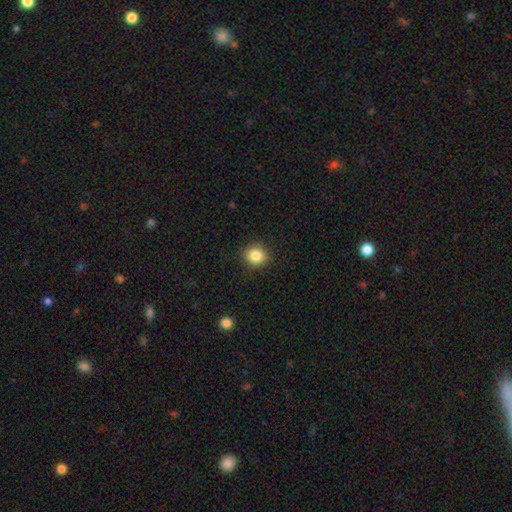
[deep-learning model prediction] A smooth galaxy with no disk features (85%) that is round (85%).

Vote fractions:
- Smooth or featured? smooth: 85% / star or artifact: 10% / featured or disk: 5%
- How rounded? round: 85% / in between: 14% / cigar-shaped: 1%
- Merging? none: 90% / minor disturbance: 7% / major disturbance: 2% / merger: 1%